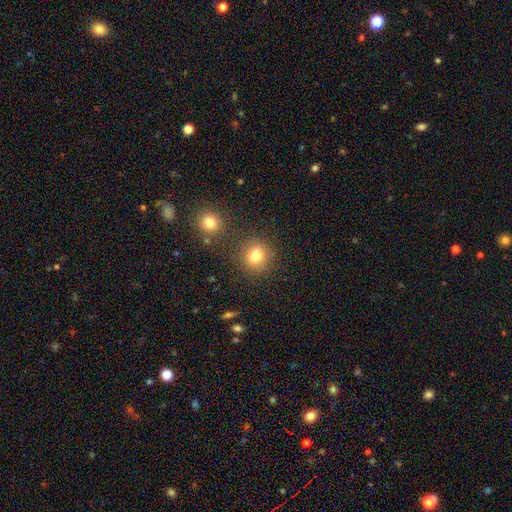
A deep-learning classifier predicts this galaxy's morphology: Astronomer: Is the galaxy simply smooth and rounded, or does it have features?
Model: smooth — 80%.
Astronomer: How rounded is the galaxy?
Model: round — 80%.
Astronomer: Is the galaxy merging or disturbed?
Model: none — 78%.